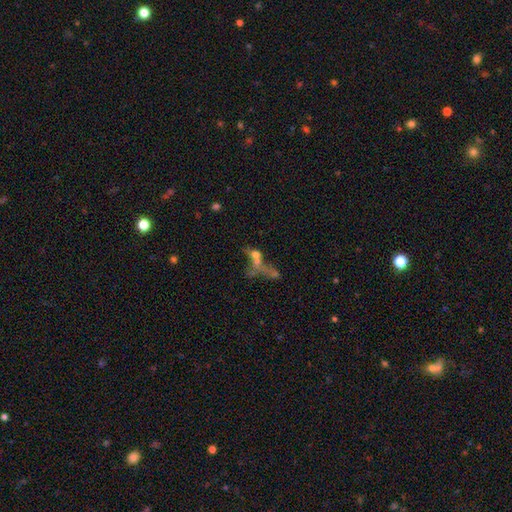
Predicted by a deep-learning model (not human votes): Smooth or featured? Predicted: featured or disk (p=0.39, tied with smooth). Merging? Predicted: merger (p=0.48).